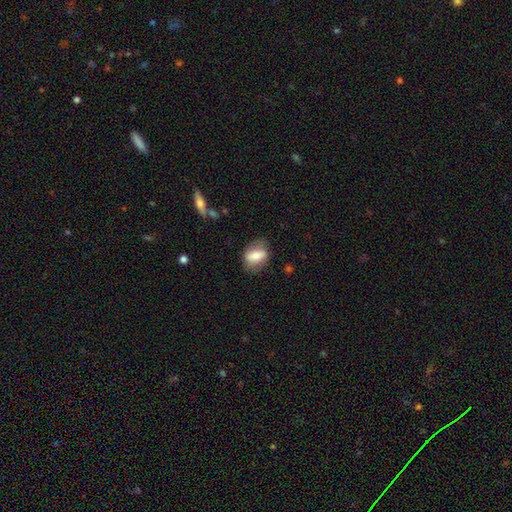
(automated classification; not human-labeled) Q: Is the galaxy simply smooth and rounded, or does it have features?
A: smooth — 64%.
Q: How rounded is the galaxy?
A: in between — 77%.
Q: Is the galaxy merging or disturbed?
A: none — 71%.